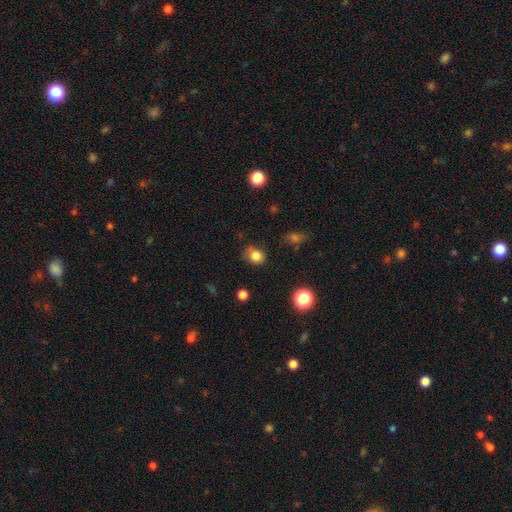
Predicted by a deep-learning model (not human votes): The model was most divided on "how rounded": round: 61%, in between: 38%, cigar-shaped: 1%. More confident: smooth or featured — smooth (82%); merging — none (66%).